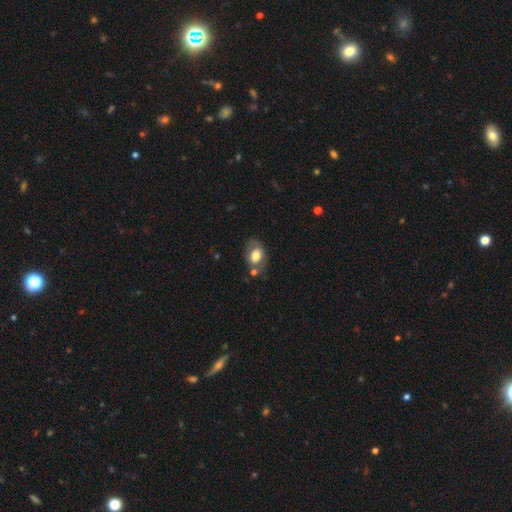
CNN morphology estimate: This appears to be a smooth galaxy with no disk features (70%) that is in between round and cigar-shaped (76%). Merging: none (58%).